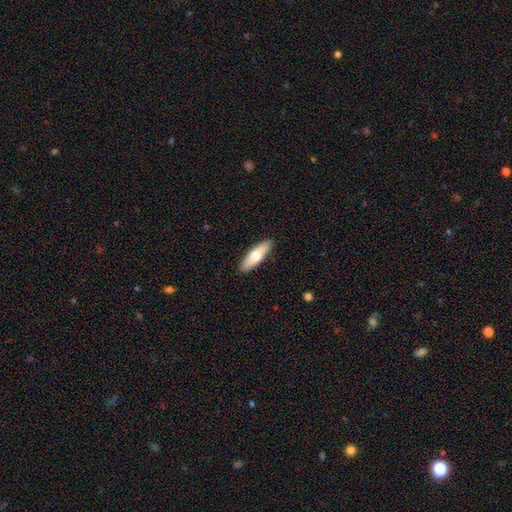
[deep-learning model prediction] smooth 64%, featured or disk 31%, star or artifact 5%. Down the decision tree: how rounded — cigar-shaped (51%); merging — none (90%).